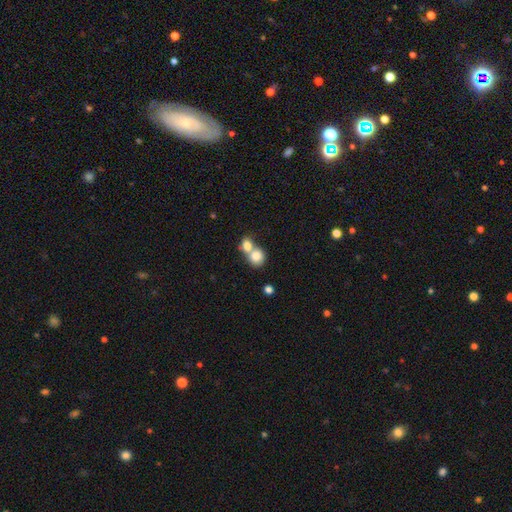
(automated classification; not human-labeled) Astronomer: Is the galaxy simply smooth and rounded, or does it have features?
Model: smooth — 80%.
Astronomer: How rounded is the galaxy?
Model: round — 73%.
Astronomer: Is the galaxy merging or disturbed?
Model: merger — 65%.